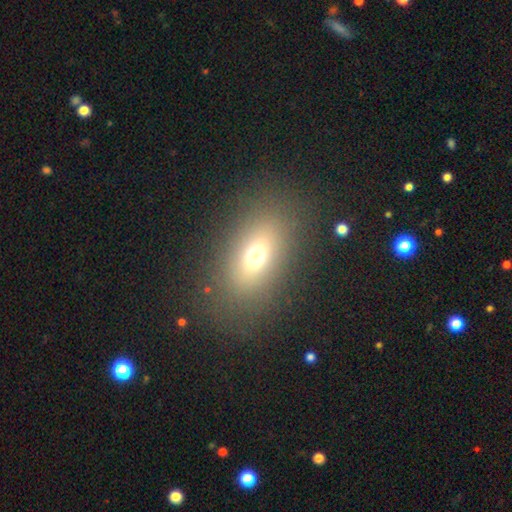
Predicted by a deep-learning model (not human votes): This is likely a smooth galaxy (68%). How rounded: clearly in between (80%). Merging: clearly none (83%).